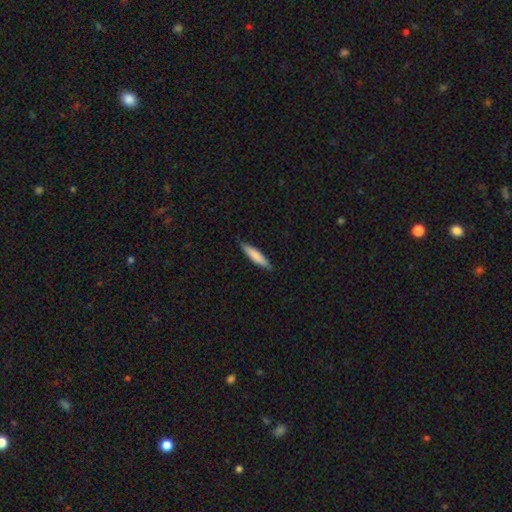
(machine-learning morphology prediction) A smooth galaxy with no disk features (82%) that is cigar-shaped (81%). Merging: none (87%).